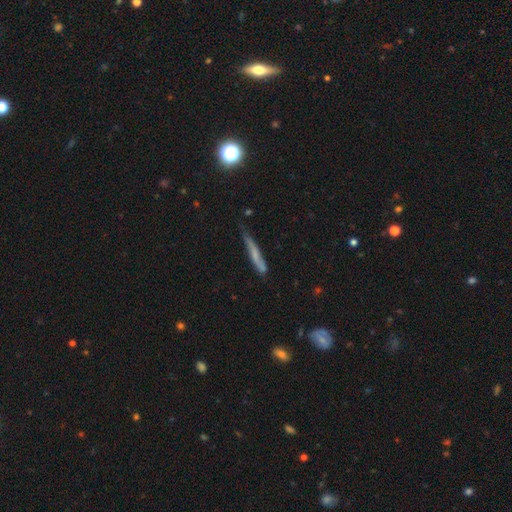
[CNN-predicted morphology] smooth_or_featured: smooth (p=0.54) [alt: featured or disk p=0.37]
how_rounded: cigar-shaped (p=0.93) [alt: in between p=0.05]
merging: none (p=0.57) [alt: minor disturbance p=0.31]